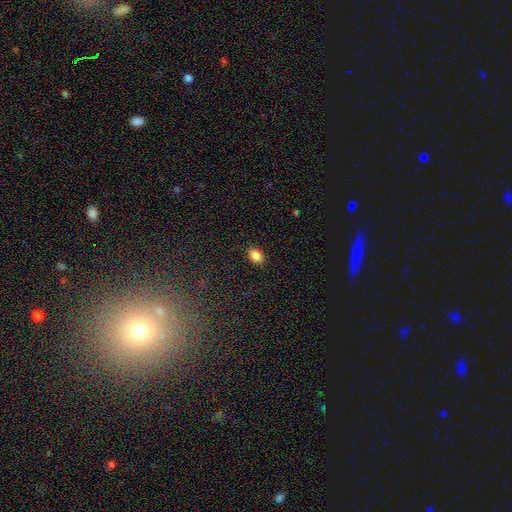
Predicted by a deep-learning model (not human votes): The model was most divided on "how rounded": in between: 83%, round: 16%, cigar-shaped: 1%. More confident: smooth or featured — smooth (87%); merging — none (87%).